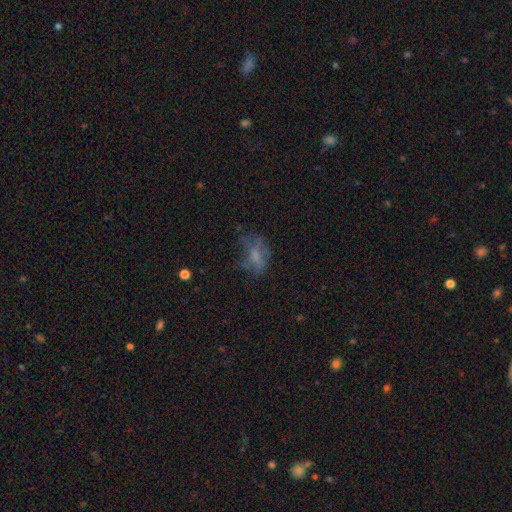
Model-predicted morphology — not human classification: type=smooth (47%); merging=none (43%).